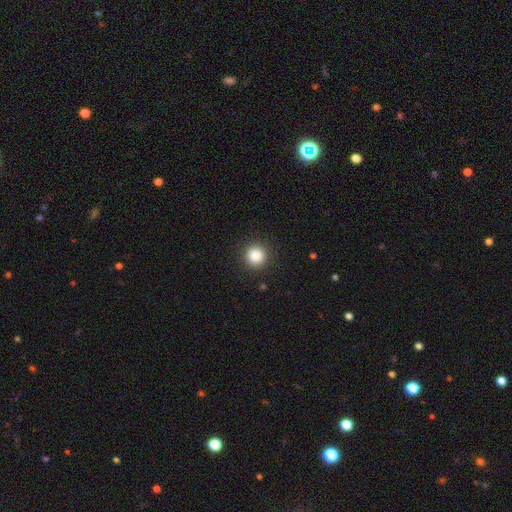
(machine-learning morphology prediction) A smooth galaxy with no disk features (85%) that is round (94%). Merging: none (92%).